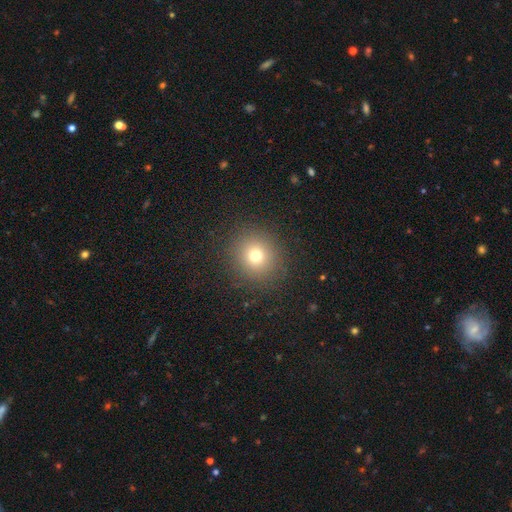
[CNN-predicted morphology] type=smooth (73%); roundness=round (91%); merging=none (88%).